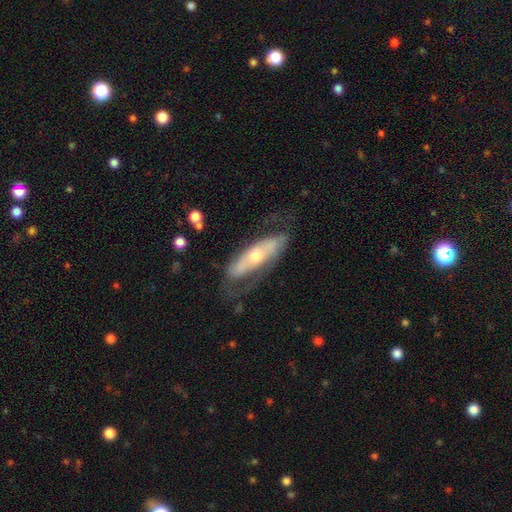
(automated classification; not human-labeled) smooth-or-featured: featured or disk: 65% | smooth: 29% | star or artifact: 6%
  disk-edge-on: no: 72% | yes: 28%
  merging: none: 61% | minor disturbance: 21% | major disturbance: 16% | merger: 2%